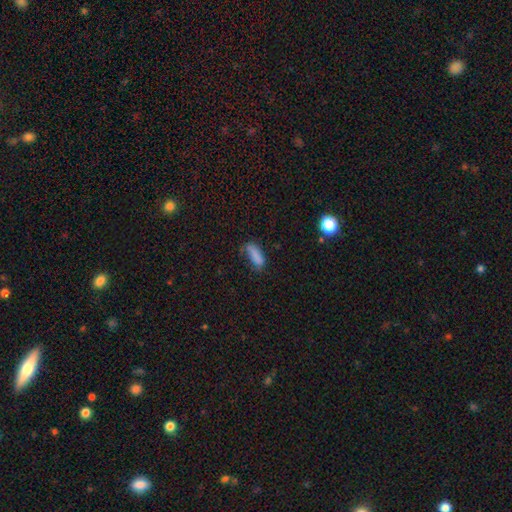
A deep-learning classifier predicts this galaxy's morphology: This is clearly a smooth galaxy (81%). How rounded: likely in between (63%). Merging: possibly none (50%).